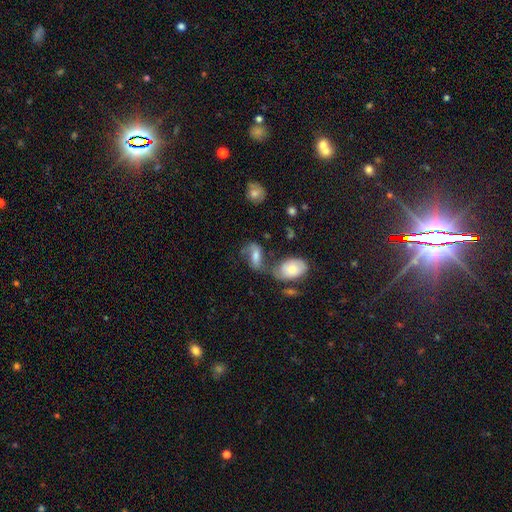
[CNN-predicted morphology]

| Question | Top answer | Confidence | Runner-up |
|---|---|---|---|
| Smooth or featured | featured or disk | 48% | smooth (42%) |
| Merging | merger | 36% | none (33%) |